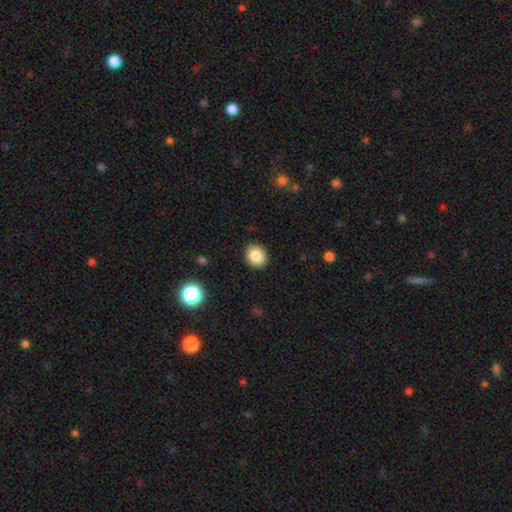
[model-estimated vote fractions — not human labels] smooth-or-featured: smooth: 84% | star or artifact: 9% | featured or disk: 6%
  how-rounded: round: 67% | in between: 32% | cigar-shaped: 1%
  merging: none: 90% | minor disturbance: 7% | major disturbance: 2% | merger: 1%